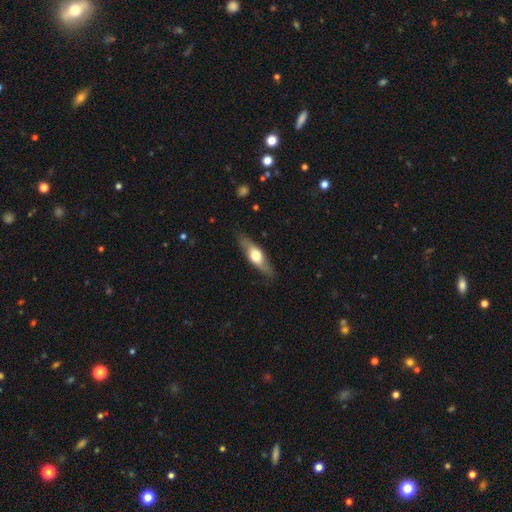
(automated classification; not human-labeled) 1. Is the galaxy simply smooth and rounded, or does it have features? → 50% featured or disk, 44% smooth, 5% star or artifact.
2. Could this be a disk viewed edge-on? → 81% yes, 19% no.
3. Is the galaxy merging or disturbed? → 83% none, 13% minor disturbance, 3% major disturbance, 1% merger.